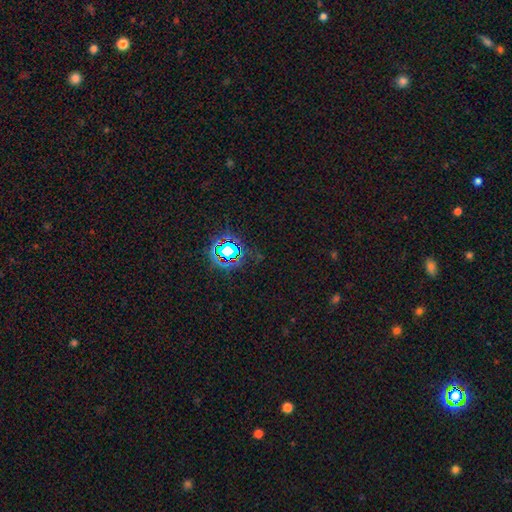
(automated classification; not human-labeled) A star or artifact, not a galaxy (77%).

Vote fractions:
- Smooth or featured? star or artifact: 77% / smooth: 14% / featured or disk: 8%